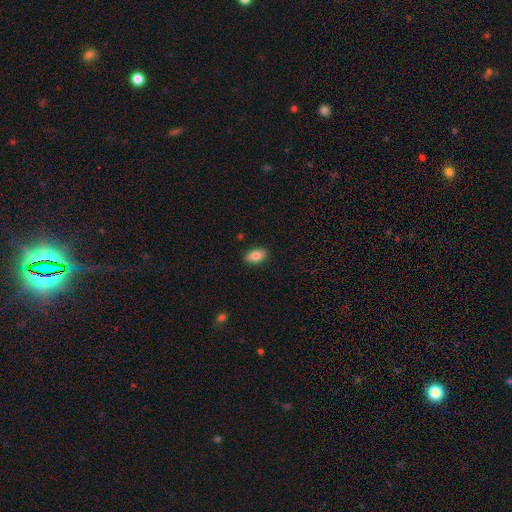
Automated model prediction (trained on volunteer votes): This is clearly a smooth galaxy (82%). How rounded: clearly in between (90%). Merging: clearly none (88%).